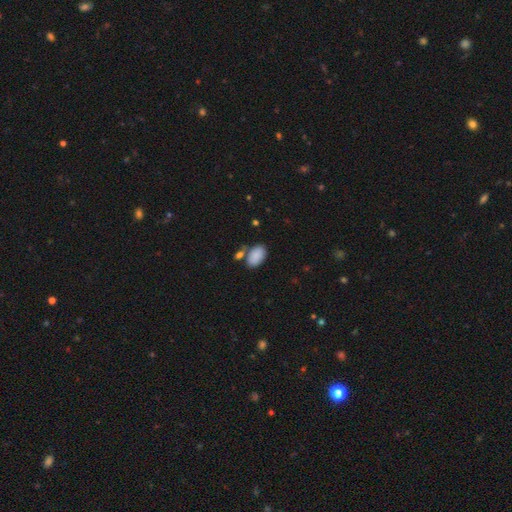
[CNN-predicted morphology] Smooth or featured?
  - smooth: 87% *
  - star or artifact: 7%
  - featured or disk: 5%
How rounded?
  - in between: 93% *
  - round: 6%
  - cigar-shaped: 1%
Merging?
  - none: 65% *
  - minor disturbance: 15%
  - merger: 15%
  - major disturbance: 4%